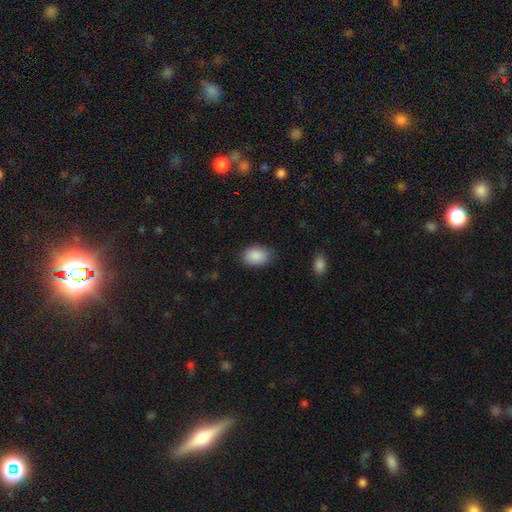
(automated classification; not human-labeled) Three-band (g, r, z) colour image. It shows a smooth galaxy with no disk features (89%) that is in between round and cigar-shaped (80%). Merging: none (80%).